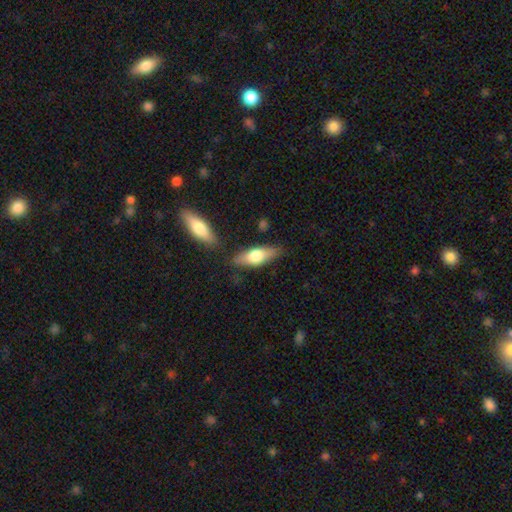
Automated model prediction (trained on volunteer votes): A smooth galaxy with no disk features (60%) that is in between round and cigar-shaped (59%).

Vote fractions:
- Smooth or featured? smooth: 60% / featured or disk: 34% / star or artifact: 6%
- How rounded? in between: 59% / cigar-shaped: 38% / round: 3%
- Merging? none: 77% / minor disturbance: 13% / merger: 6% / major disturbance: 3%